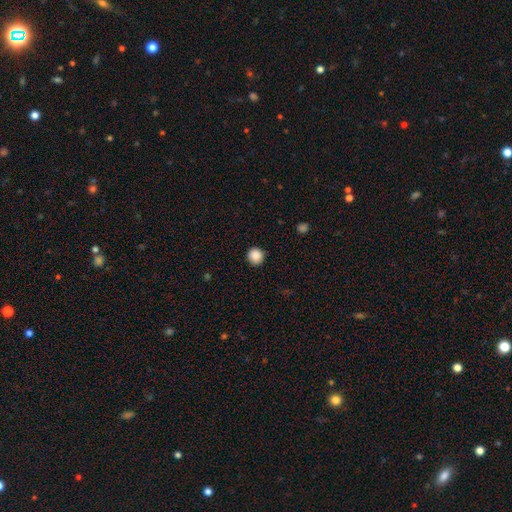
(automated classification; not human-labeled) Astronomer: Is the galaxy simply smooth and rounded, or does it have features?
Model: smooth — 87%.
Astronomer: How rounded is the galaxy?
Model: round — 94%.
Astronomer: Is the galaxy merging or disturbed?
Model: none — 91%.